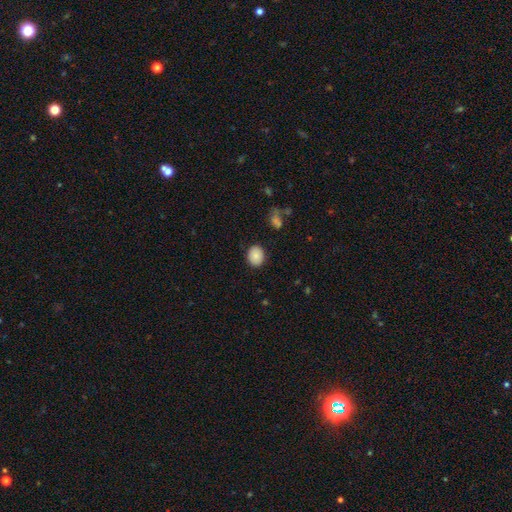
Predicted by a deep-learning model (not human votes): Smooth or featured? smooth (86%)
How rounded? round (51%)
Merging? none (86%)